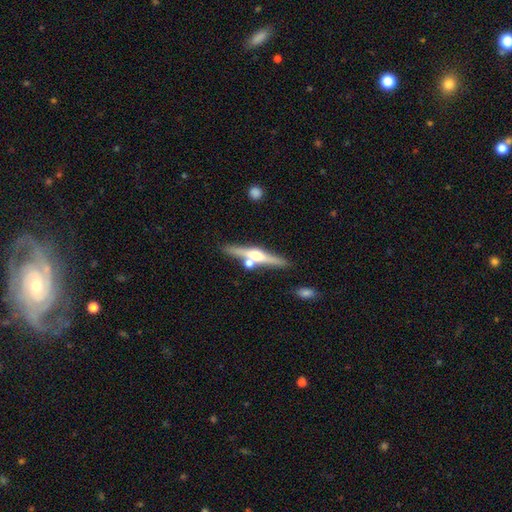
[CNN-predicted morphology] This appears to be a featured or disk galaxy (70%) viewed edge-on (97%) with a rounded central bulge (93%). Merging: none (77%).